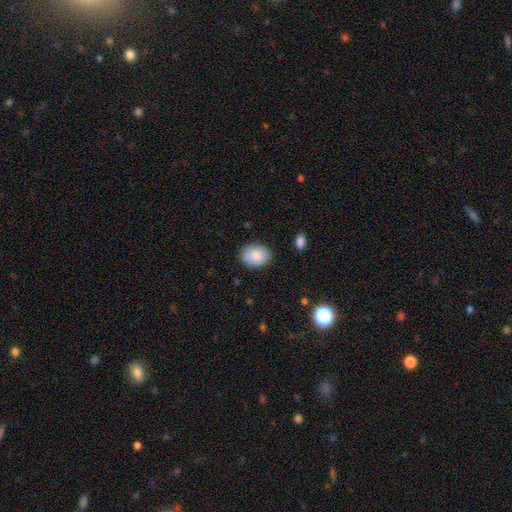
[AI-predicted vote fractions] This is clearly a smooth galaxy (85%). How rounded: likely in between (65%). Merging: clearly none (86%).